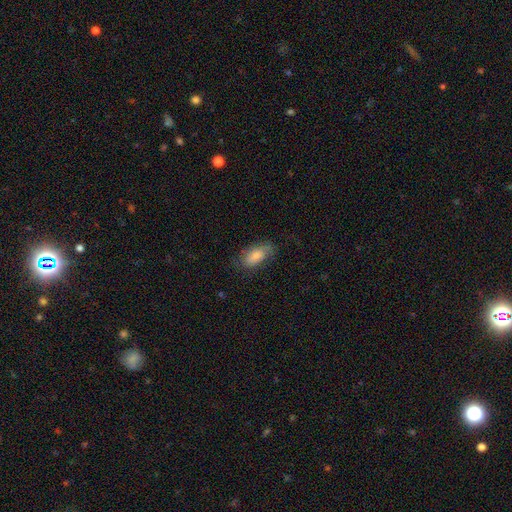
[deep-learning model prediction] Morphology: type=smooth (65%); roundness=in between (87%); merging=none (71%).